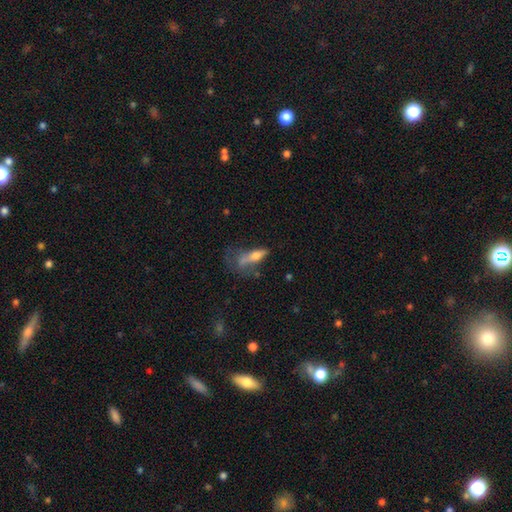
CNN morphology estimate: The model was most divided on "how rounded": cigar-shaped: 49%, in between: 48%, round: 3%. Remaining: smooth or featured — smooth (61%); merging — major disturbance (37%).